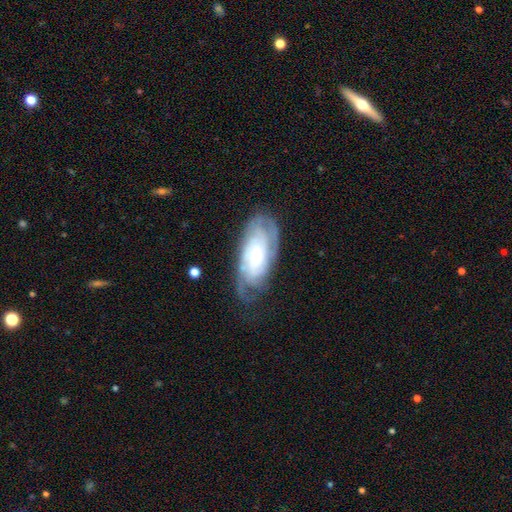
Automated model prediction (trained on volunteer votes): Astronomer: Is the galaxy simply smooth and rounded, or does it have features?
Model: featured or disk — 78%.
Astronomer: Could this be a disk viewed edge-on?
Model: no — 92%.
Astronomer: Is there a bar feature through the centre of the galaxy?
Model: no — 71%.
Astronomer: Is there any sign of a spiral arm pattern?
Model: yes — 92%.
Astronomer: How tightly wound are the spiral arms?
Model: tight — 69%.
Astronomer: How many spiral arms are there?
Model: can't tell — 50%.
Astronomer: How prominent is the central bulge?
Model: small — 62%.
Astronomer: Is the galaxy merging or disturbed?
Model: none — 66%.